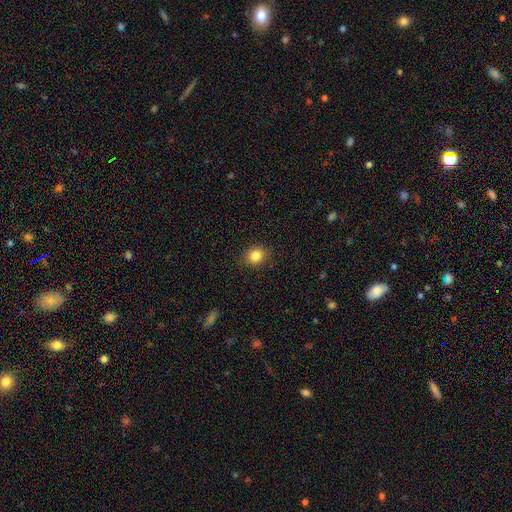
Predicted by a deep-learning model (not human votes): A smooth galaxy with no disk features (83%) that is round (70%). Merging: none (89%).